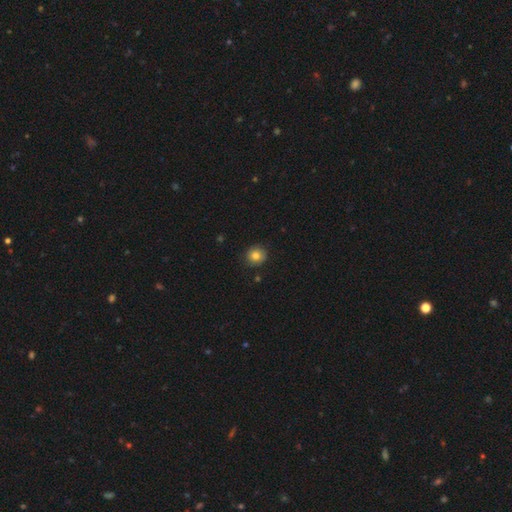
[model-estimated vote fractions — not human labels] Morphology: type=smooth (80%); roundness=round (89%); merging=none (85%).